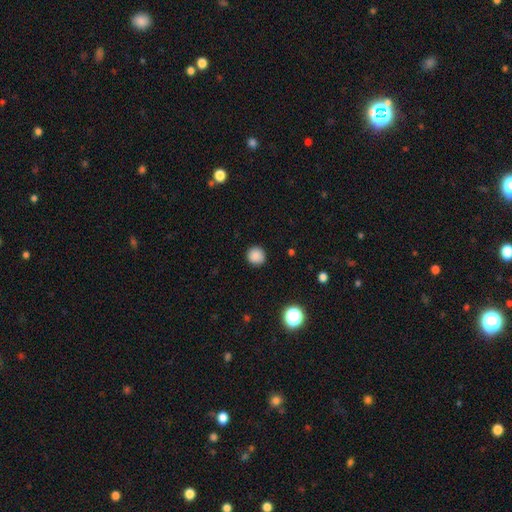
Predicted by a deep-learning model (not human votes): The model was most divided on "smooth or featured": smooth: 86%, star or artifact: 11%, featured or disk: 3%. More confident: how rounded — round (93%); merging — none (91%).